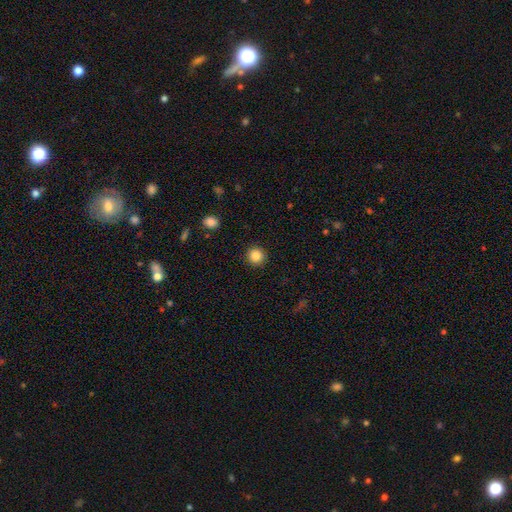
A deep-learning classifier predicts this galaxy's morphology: Smooth or featured: smooth — 85% (star or artifact — 10%)
How rounded: round — 94% (in between — 5%)
Merging: none — 92% (minor disturbance — 5%)